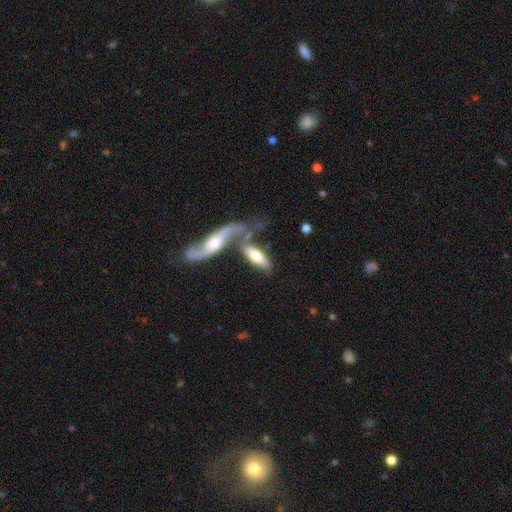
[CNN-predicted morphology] type=smooth (60%); roundness=in between (64%); merging=merger (50%).